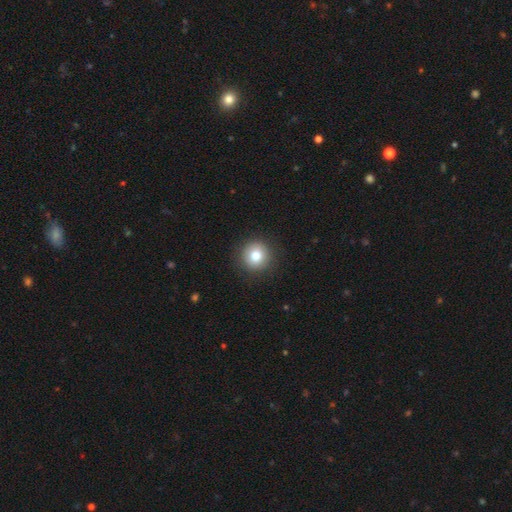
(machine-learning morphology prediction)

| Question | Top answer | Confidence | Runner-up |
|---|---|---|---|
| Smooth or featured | smooth | 80% | star or artifact (10%) |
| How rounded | round | 94% | in between (5%) |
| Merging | none | 91% | minor disturbance (6%) |